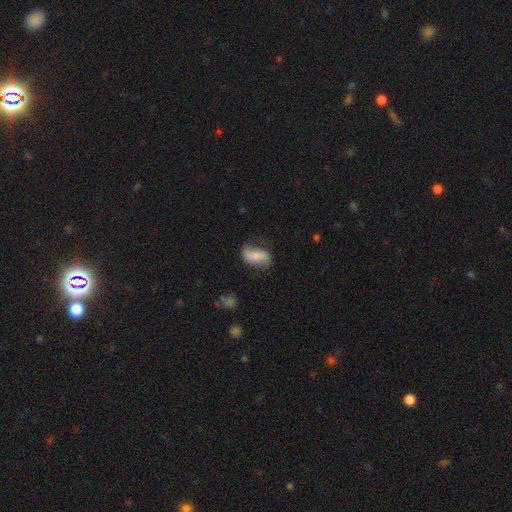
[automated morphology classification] The model was most divided on "smooth or featured": smooth: 48%, featured or disk: 44%, star or artifact: 8%. More confident: merging — none (56%).